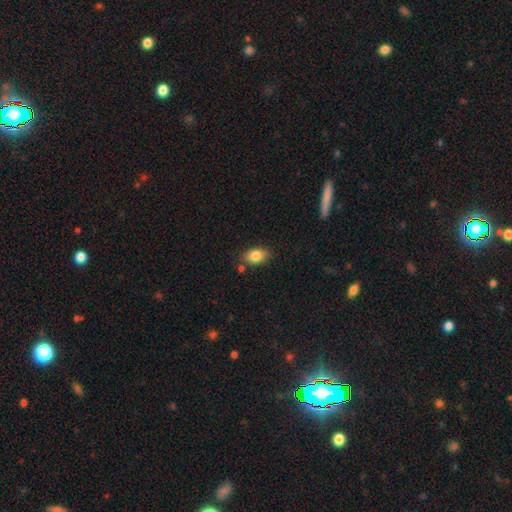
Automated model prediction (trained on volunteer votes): A smooth galaxy with no disk features (84%) that is in between round and cigar-shaped (84%).

Vote fractions:
- Smooth or featured? smooth: 84% / featured or disk: 8% / star or artifact: 8%
- How rounded? in between: 84% / round: 14% / cigar-shaped: 2%
- Merging? none: 79% / minor disturbance: 13% / merger: 5% / major disturbance: 3%